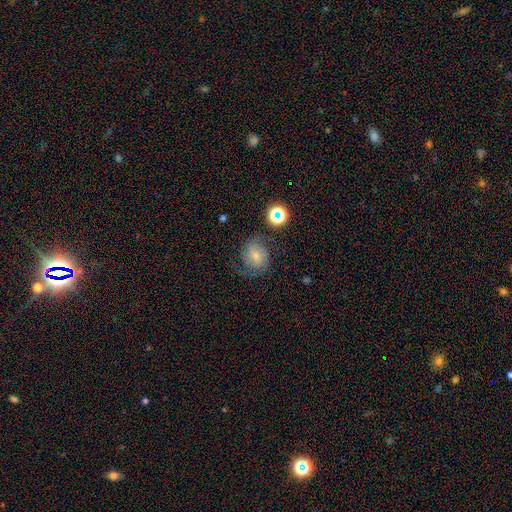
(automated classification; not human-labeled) Smooth or featured: featured or disk — 49% (smooth — 37%)
Merging: none — 55% (minor disturbance — 22%)